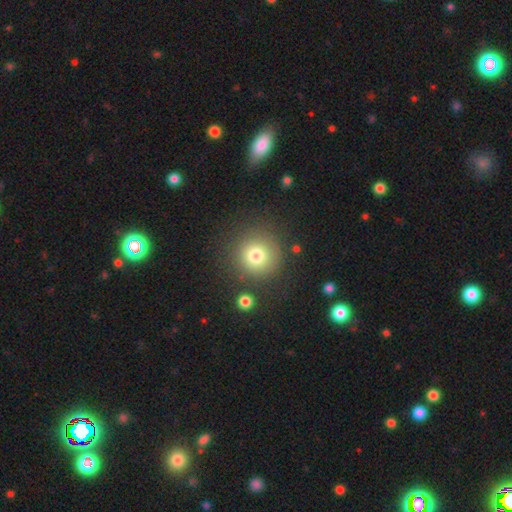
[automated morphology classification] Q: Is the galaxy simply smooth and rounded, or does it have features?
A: smooth — 77%.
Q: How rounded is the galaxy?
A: round — 95%.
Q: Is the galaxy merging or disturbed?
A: none — 83%.